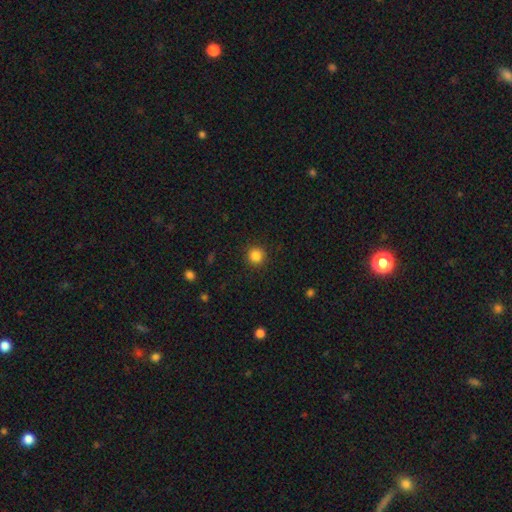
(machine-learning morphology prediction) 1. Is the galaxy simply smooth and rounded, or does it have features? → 85% smooth, 11% star or artifact, 4% featured or disk.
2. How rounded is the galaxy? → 94% round, 5% in between, 1% cigar-shaped.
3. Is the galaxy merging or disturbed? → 91% none, 6% minor disturbance, 2% major disturbance, 1% merger.